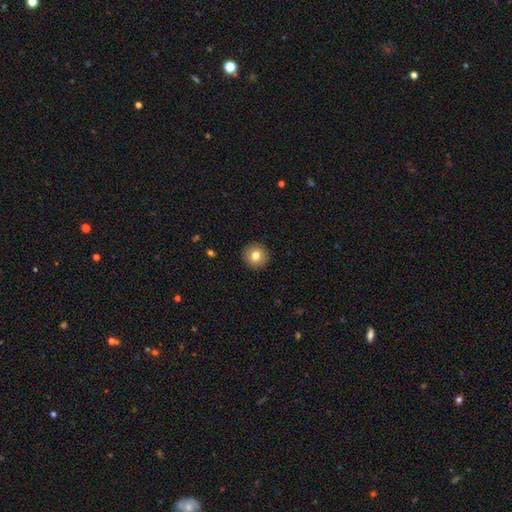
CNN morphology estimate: Smooth or featured?
  - smooth: 80% *
  - featured or disk: 11%
  - star or artifact: 10%
How rounded?
  - round: 95% *
  - in between: 4%
  - cigar-shaped: 1%
Merging?
  - none: 93% *
  - minor disturbance: 5%
  - major disturbance: 2%
  - merger: 1%